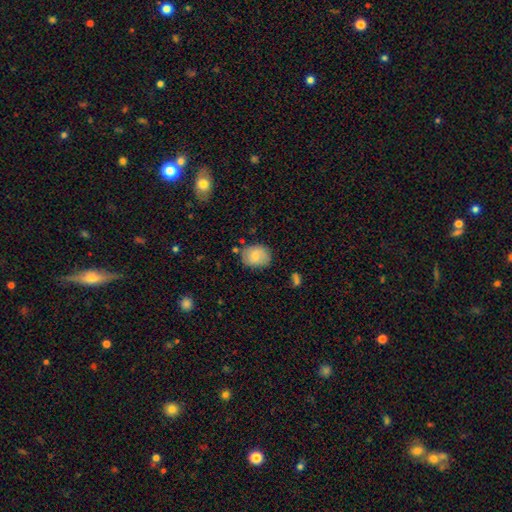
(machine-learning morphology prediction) Overall: smooth (80%). How rounded: in between (52%; round 47%). Merging: none (72%).